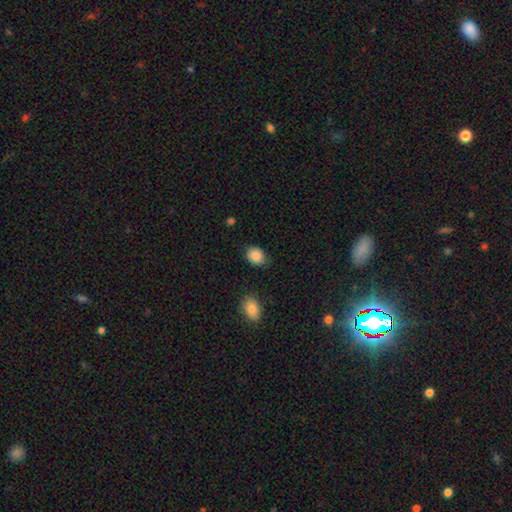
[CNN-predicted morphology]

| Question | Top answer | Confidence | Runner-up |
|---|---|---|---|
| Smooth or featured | smooth | 88% | star or artifact (8%) |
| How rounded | in between | 55% | round (45%) |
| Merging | none | 80% | minor disturbance (14%) |